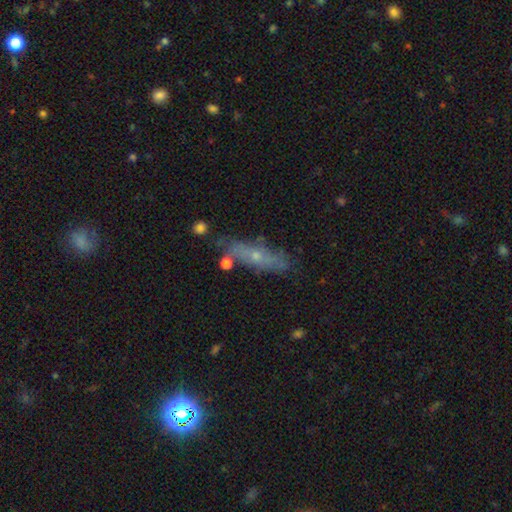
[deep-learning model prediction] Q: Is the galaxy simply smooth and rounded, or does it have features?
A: featured or disk — 51%.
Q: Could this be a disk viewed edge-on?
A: no — 51%.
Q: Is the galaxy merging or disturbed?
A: none — 71%.